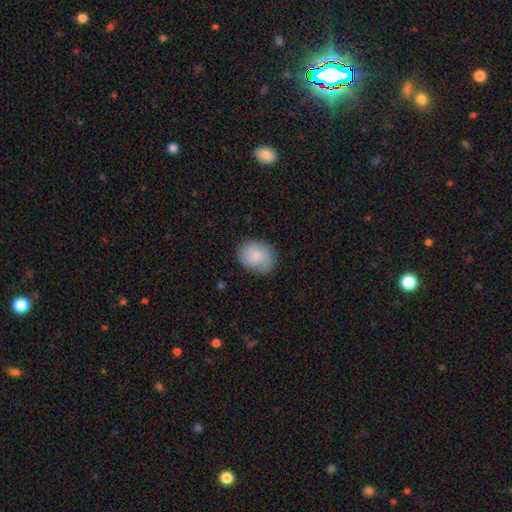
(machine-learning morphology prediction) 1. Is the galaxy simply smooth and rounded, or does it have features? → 78% smooth, 16% featured or disk, 7% star or artifact.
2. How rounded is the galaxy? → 53% in between, 46% round, 1% cigar-shaped.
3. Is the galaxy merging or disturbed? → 76% none, 18% minor disturbance, 5% major disturbance, 1% merger.